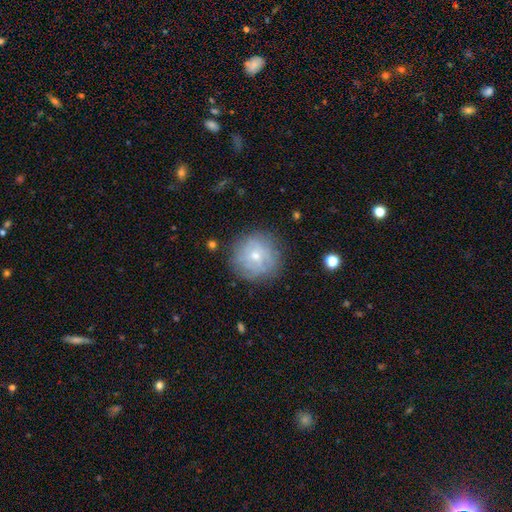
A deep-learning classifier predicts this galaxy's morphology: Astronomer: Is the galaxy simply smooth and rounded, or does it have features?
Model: featured or disk — 45% (runner-up: smooth, 44%).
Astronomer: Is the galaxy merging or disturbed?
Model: none — 77%.